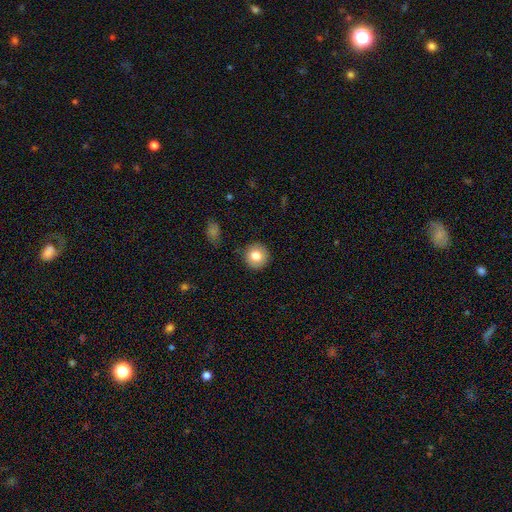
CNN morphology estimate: smooth 81%, featured or disk 10%, star or artifact 9%. Down the decision tree: how rounded — round (93%); merging — none (88%).